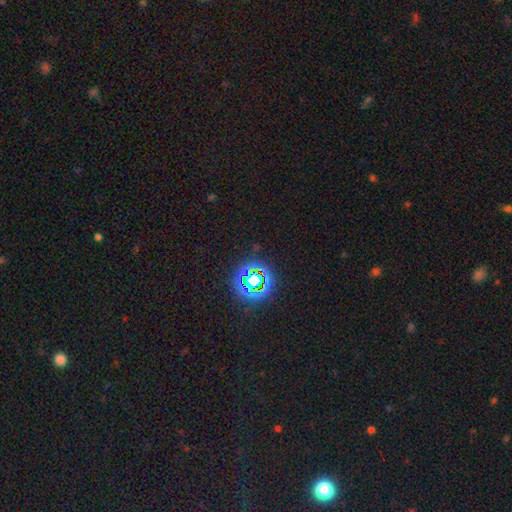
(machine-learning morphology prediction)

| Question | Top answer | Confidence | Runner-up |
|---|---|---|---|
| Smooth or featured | star or artifact | 68% | smooth (26%) |